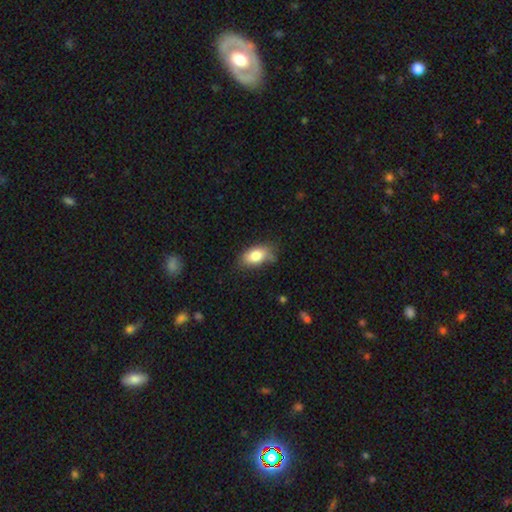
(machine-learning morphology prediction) A smooth galaxy with no disk features (81%) that is in between round and cigar-shaped (90%). Merging: none (65%).